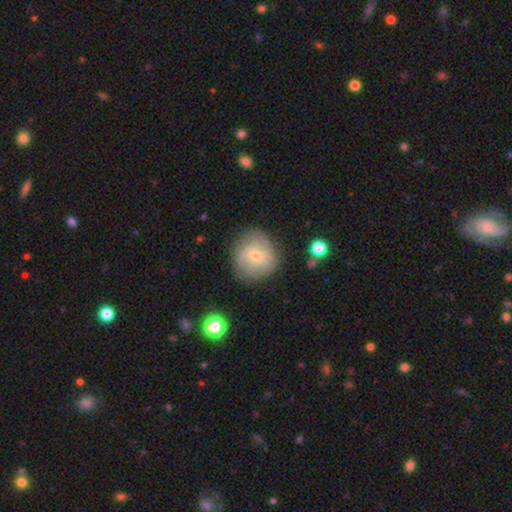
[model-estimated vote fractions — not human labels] This is possibly a featured or disk galaxy (49%). Merging: likely none (72%).